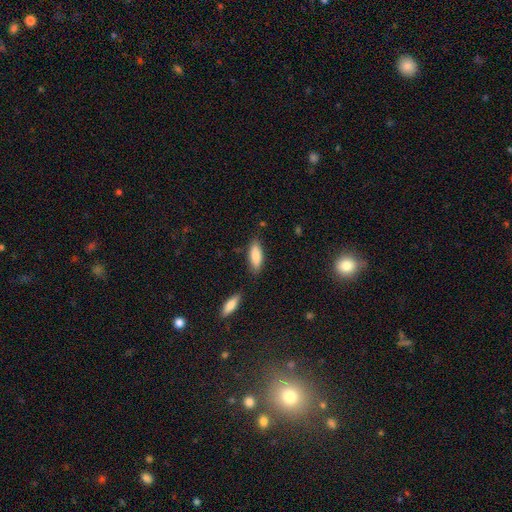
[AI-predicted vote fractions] Overall: smooth (84%). How rounded: in between (66%; cigar-shaped 33%). Merging: none (79%).